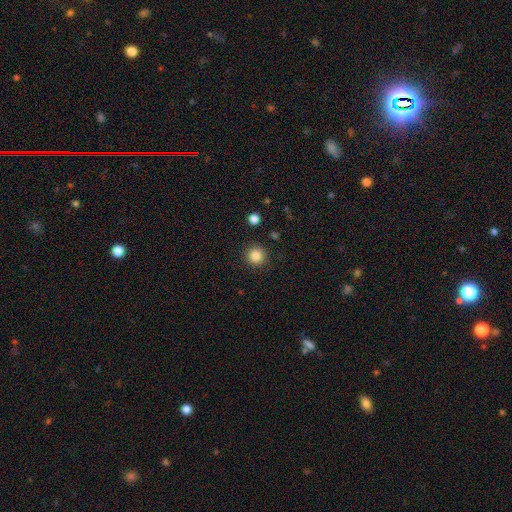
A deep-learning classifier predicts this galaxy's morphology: Q: Smooth or featured?
A: smooth (85%); runner-up: star or artifact (11%)
Q: How rounded?
A: round (95%); runner-up: in between (4%)
Q: Merging?
A: none (91%); runner-up: minor disturbance (6%)